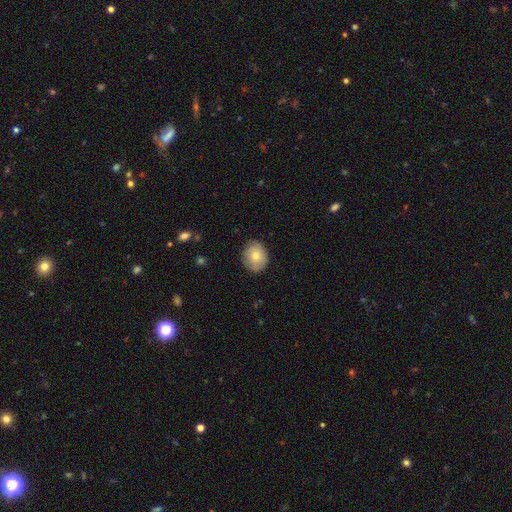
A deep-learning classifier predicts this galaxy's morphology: Smooth or featured: smooth — 74% (featured or disk — 18%)
How rounded: round — 63% (in between — 36%)
Merging: none — 82% (minor disturbance — 15%)